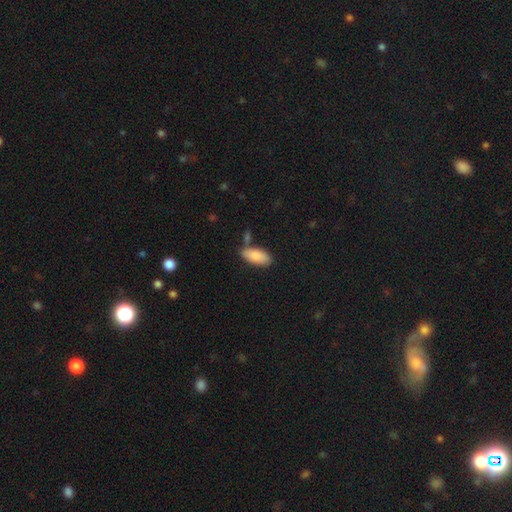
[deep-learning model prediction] Smooth or featured?
  - smooth: 86% *
  - featured or disk: 8%
  - star or artifact: 6%
How rounded?
  - in between: 89% *
  - cigar-shaped: 9%
  - round: 2%
Merging?
  - none: 71% *
  - minor disturbance: 15%
  - merger: 10%
  - major disturbance: 3%